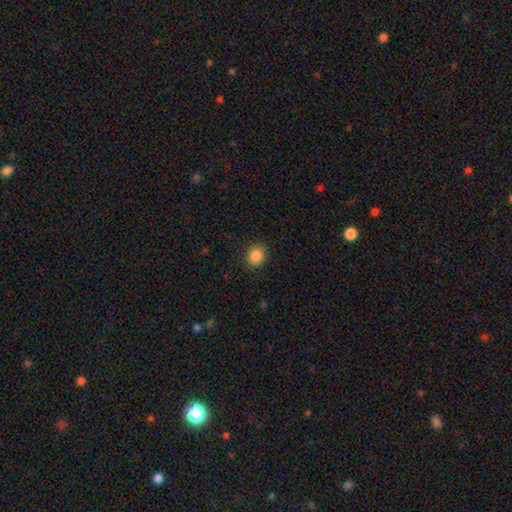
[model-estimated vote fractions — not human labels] Smooth or featured? smooth (87%)
How rounded? round (72%)
Merging? none (89%)